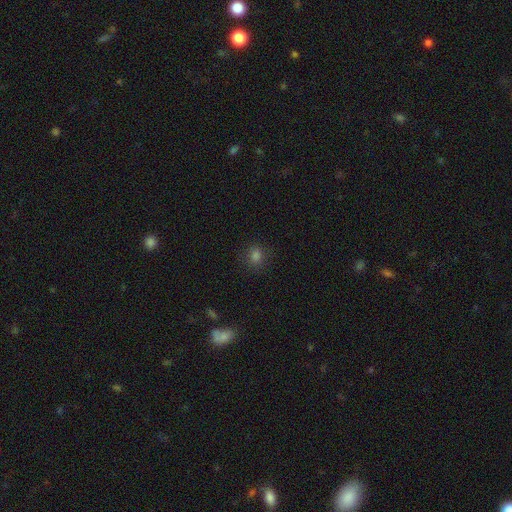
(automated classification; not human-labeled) Smooth or featured? Predicted: smooth (p=0.79). How rounded? Predicted: round (p=0.67). Merging? Predicted: none (p=0.84).